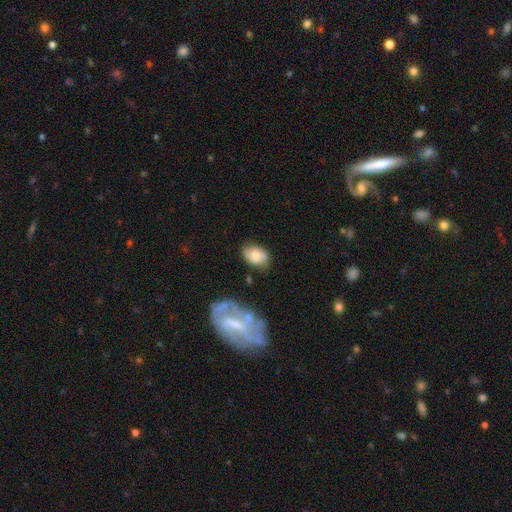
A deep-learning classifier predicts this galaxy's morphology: This appears to be a smooth galaxy with no disk features (61%) that is in between round and cigar-shaped (82%). Merging: none (67%).